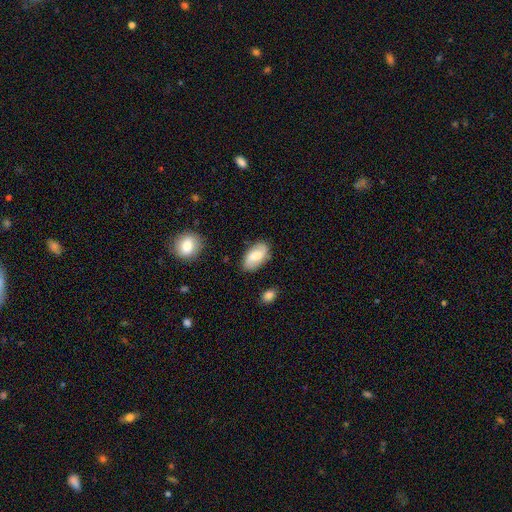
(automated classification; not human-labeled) A smooth galaxy with no disk features (61%) that is in between round and cigar-shaped (93%).

Vote fractions:
- Smooth or featured? smooth: 61% / featured or disk: 32% / star or artifact: 7%
- How rounded? in between: 93% / round: 5% / cigar-shaped: 2%
- Merging? none: 79% / minor disturbance: 16% / major disturbance: 3% / merger: 2%